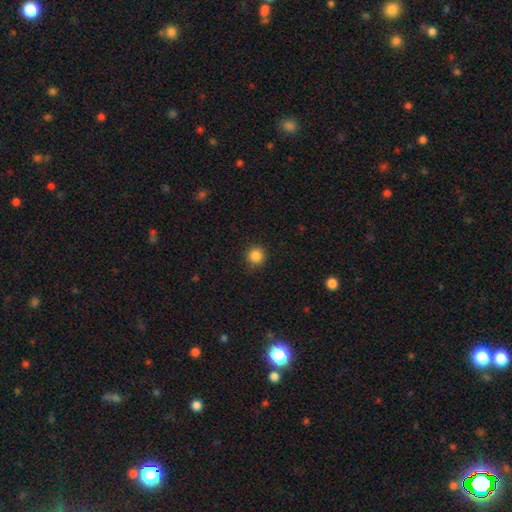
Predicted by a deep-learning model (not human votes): smooth_or_featured: smooth (p=0.86) [alt: star or artifact p=0.11]
how_rounded: round (p=0.93) [alt: in between p=0.06]
merging: none (p=0.88) [alt: minor disturbance p=0.08]